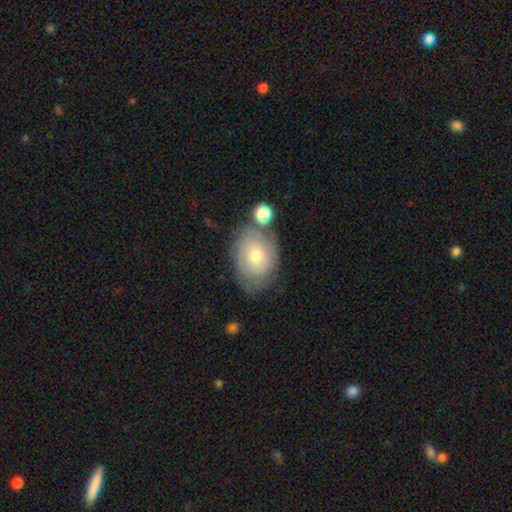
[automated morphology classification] This appears to be a smooth galaxy with no disk features (54%) that is in between round and cigar-shaped (70%). Merging: none (58%).